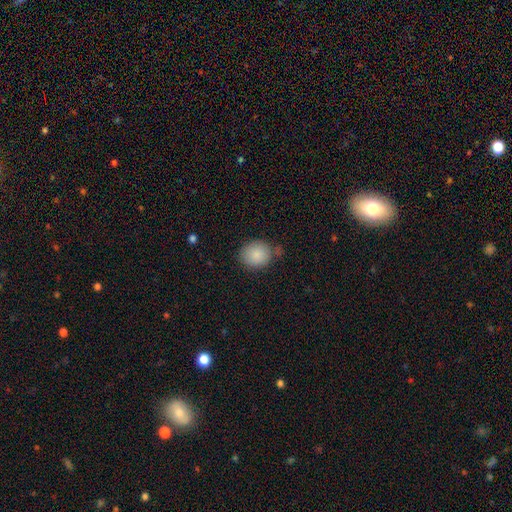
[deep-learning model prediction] The model was most divided on "how rounded": round: 67%, in between: 32%, cigar-shaped: 1%. More confident: smooth or featured — smooth (88%); merging — none (71%).